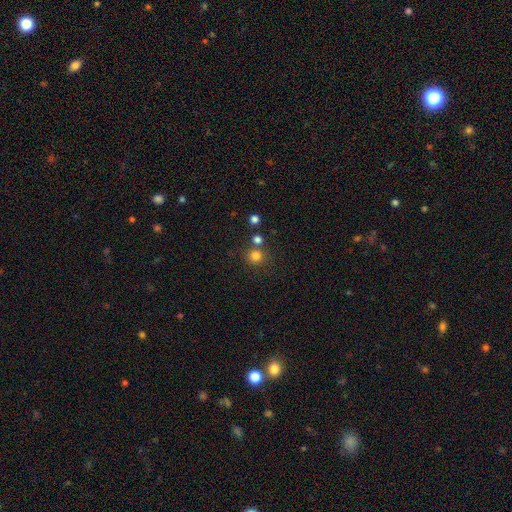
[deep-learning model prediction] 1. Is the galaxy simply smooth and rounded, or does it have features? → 80% smooth, 15% star or artifact, 6% featured or disk.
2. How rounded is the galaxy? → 92% round, 7% in between, 1% cigar-shaped.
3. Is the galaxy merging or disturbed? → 74% none, 15% merger, 8% minor disturbance, 3% major disturbance.